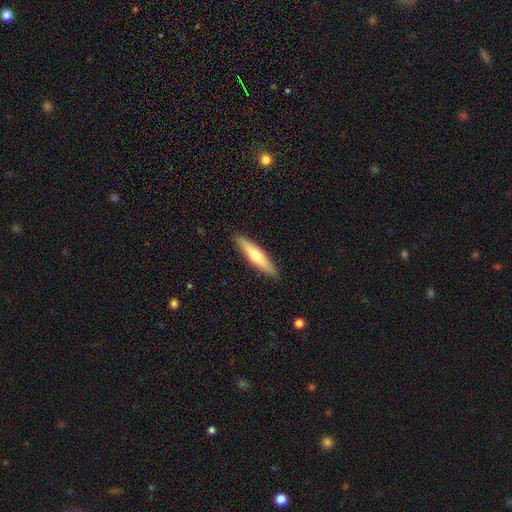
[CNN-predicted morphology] smooth-or-featured: smooth: 54% | featured or disk: 41% | star or artifact: 5%
  how-rounded: cigar-shaped: 82% | in between: 17% | round: 2%
  merging: none: 89% | minor disturbance: 8% | major disturbance: 2% | merger: 1%